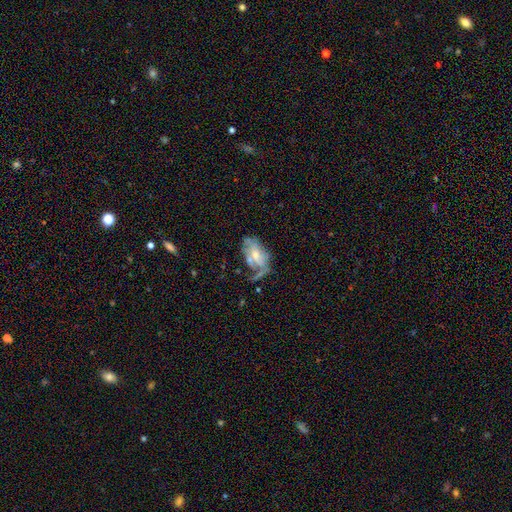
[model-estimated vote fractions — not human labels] This is possibly a featured or disk galaxy (55%). It is clearly not viewed edge-on (91%). Merging: marginally none (32%, tied with major disturbance).